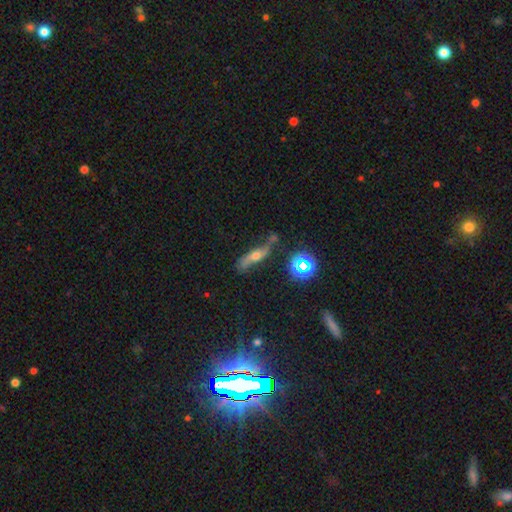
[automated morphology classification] smooth-or-featured: featured or disk: 55% | smooth: 29% | star or artifact: 16%
  disk-edge-on: yes: 55% | no: 45%
  merging: none: 57% | minor disturbance: 23% | major disturbance: 10% | merger: 10%